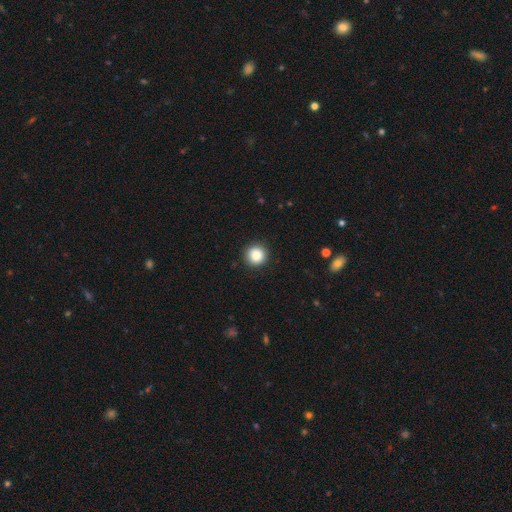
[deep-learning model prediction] The model was most divided on "smooth or featured": smooth: 87%, star or artifact: 10%, featured or disk: 4%. More confident: how rounded — round (95%); merging — none (92%).